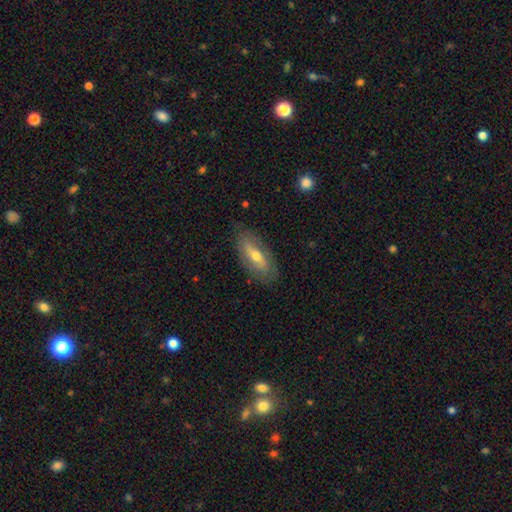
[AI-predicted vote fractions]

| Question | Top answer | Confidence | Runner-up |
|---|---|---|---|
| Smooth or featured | featured or disk | 48% | smooth (45%) |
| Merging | none | 82% | minor disturbance (14%) |